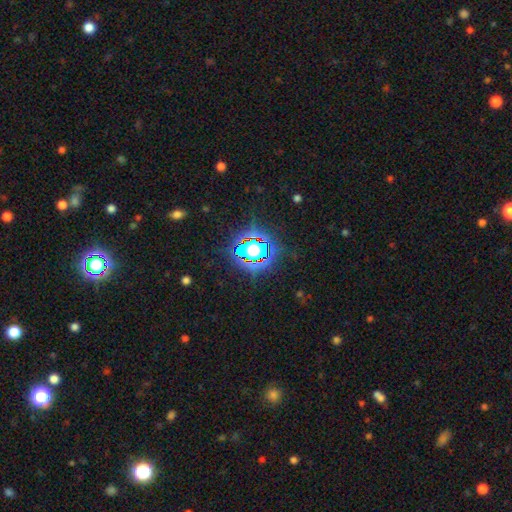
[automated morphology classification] A star or artifact, not a galaxy (78%).